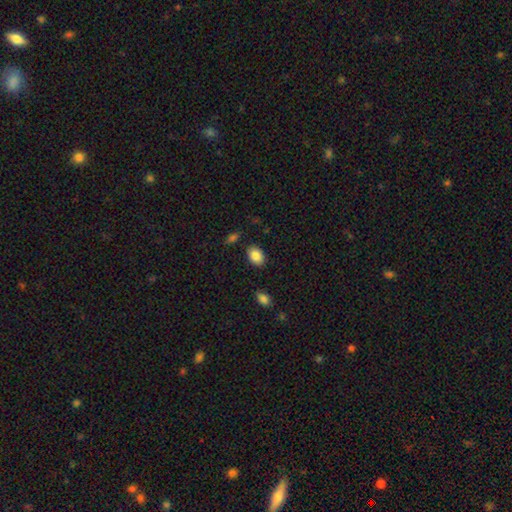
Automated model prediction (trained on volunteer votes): Smooth or featured?
  - smooth: 87% *
  - star or artifact: 7%
  - featured or disk: 5%
How rounded?
  - in between: 79% *
  - round: 20%
  - cigar-shaped: 1%
Merging?
  - none: 86% *
  - minor disturbance: 9%
  - major disturbance: 2%
  - merger: 2%